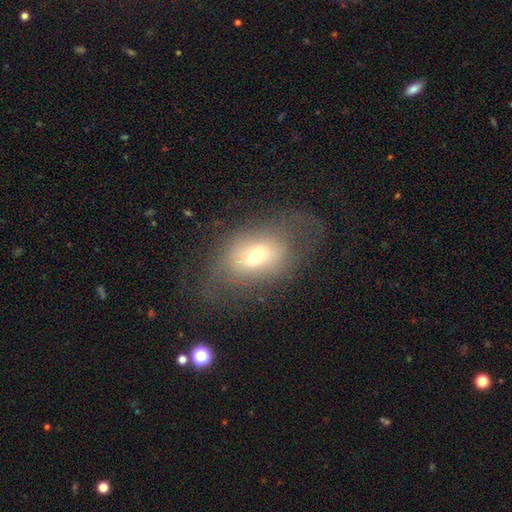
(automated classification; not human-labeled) This is possibly a smooth galaxy (48%). Merging: possibly none (50%).